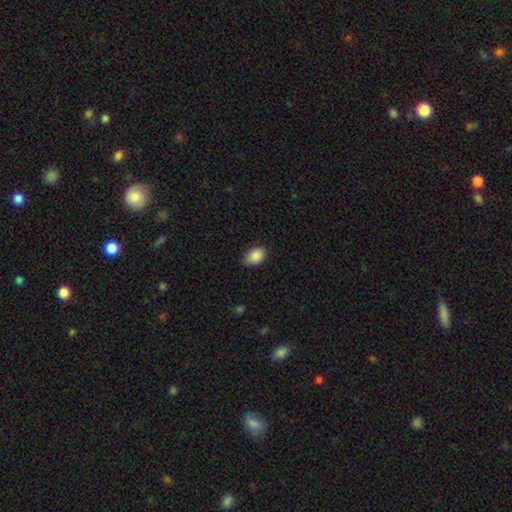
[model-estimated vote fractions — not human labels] Smooth or featured? Predicted: smooth (p=0.88). How rounded? Predicted: in between (p=0.79). Merging? Predicted: none (p=0.73).